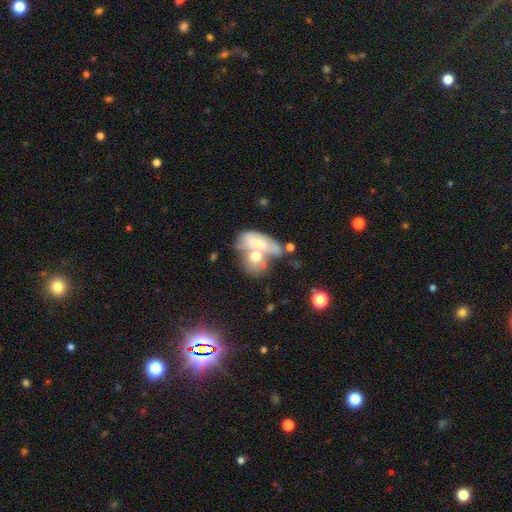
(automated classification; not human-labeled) The model was most divided on "smooth or featured": smooth: 57%, featured or disk: 36%, star or artifact: 8%. More confident: how rounded — in between (71%); merging — merger (63%).